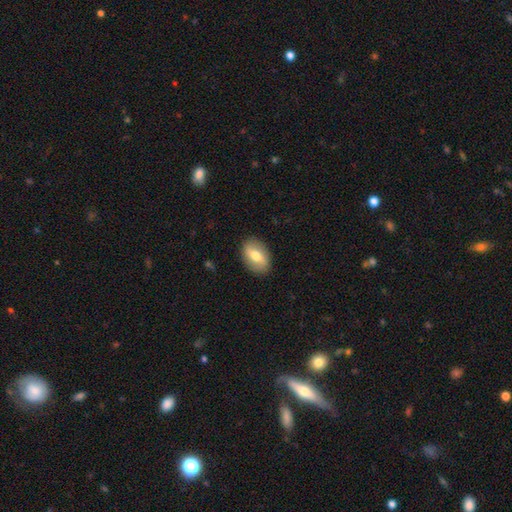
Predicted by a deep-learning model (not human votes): Smooth or featured?
  - smooth: 57% *
  - featured or disk: 36%
  - star or artifact: 7%
How rounded?
  - in between: 81% *
  - round: 17%
  - cigar-shaped: 2%
Merging?
  - none: 87% *
  - minor disturbance: 9%
  - major disturbance: 3%
  - merger: 1%